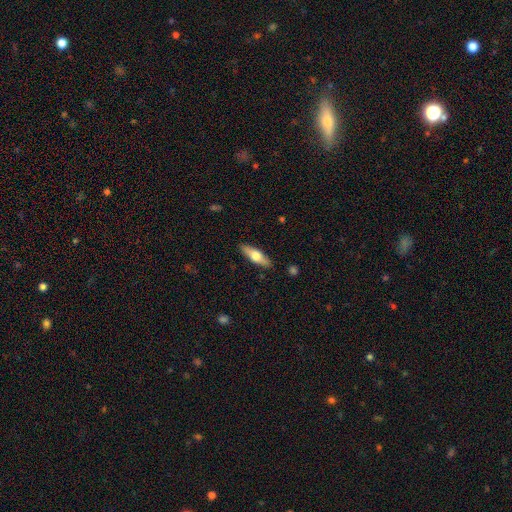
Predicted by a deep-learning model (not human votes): Morphology: type=smooth (55%); roundness=in between (50%); merging=none (88%).